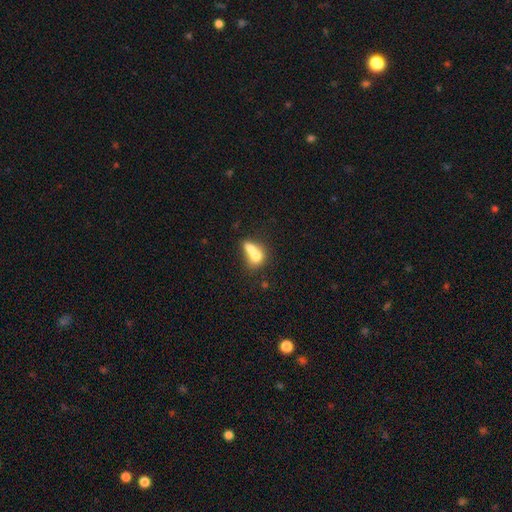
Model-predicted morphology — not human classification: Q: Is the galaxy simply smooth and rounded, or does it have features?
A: smooth — 69%.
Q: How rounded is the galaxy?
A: in between — 60%.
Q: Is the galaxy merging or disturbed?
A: merger — 66%.